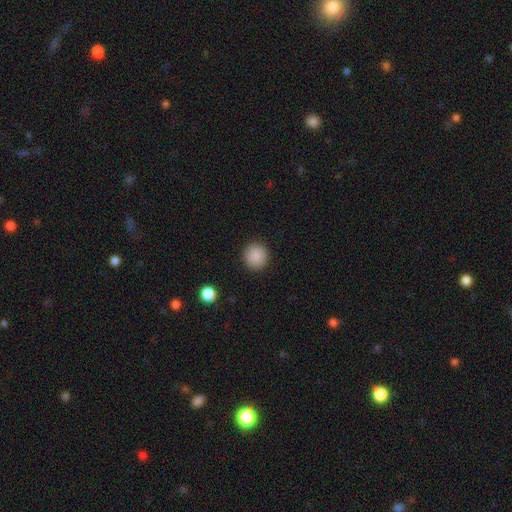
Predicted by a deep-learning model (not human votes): smooth 88%, star or artifact 8%, featured or disk 3%. Down the decision tree: how rounded — round (92%); merging — none (92%).